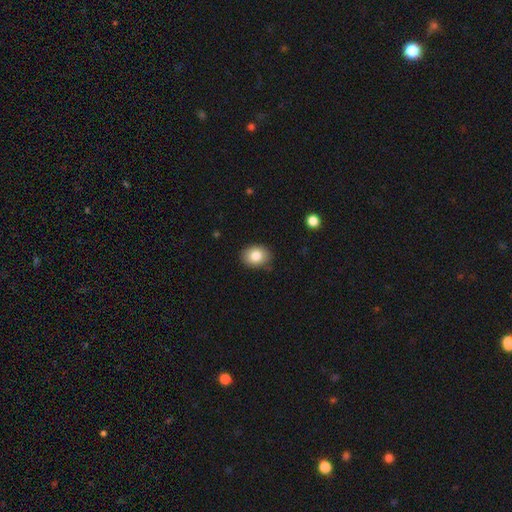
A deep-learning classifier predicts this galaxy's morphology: smooth 83%, featured or disk 8%, star or artifact 8%. Down the decision tree: how rounded — in between (57%); merging — none (85%).